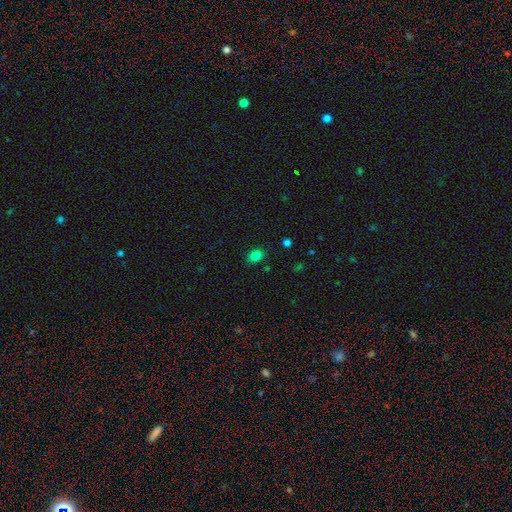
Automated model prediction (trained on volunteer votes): A smooth galaxy with no disk features (82%) that is in between round and cigar-shaped (64%).

Vote fractions:
- Smooth or featured? smooth: 82% / star or artifact: 13% / featured or disk: 5%
- How rounded? in between: 64% / round: 35% / cigar-shaped: 1%
- Merging? none: 85% / minor disturbance: 11% / major disturbance: 3% / merger: 2%